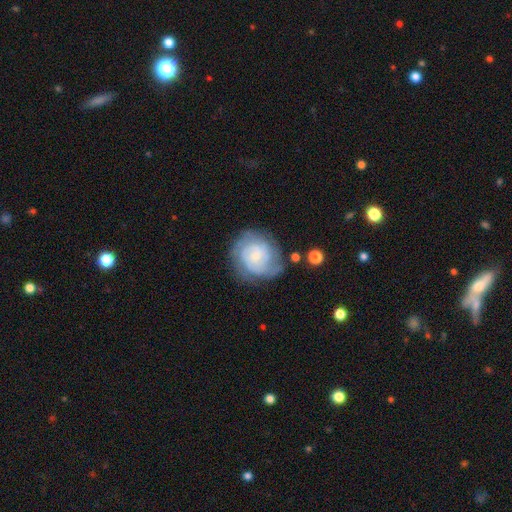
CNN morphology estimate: Smooth or featured: featured or disk — 72% (smooth — 22%)
Edge-on disk: no — 98% (yes — 2%)
Bar: no — 71% (weak — 26%)
Spiral arms: yes — 89% (no — 11%)
Spiral winding: tight — 63% (medium — 29%)
Spiral arm count: can't tell — 37% (2 — 30%)
Bulge size: small — 68% (moderate — 23%)
Merging: none — 65% (minor disturbance — 21%)